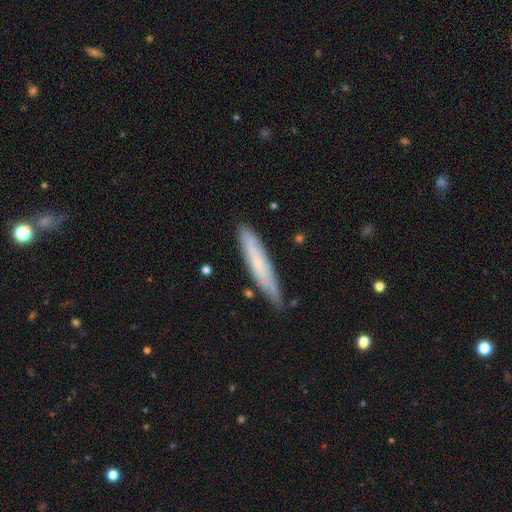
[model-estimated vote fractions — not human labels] smooth-or-featured: smooth: 56% | featured or disk: 37% | star or artifact: 7%
  how-rounded: cigar-shaped: 92% | in between: 7% | round: 1%
  merging: none: 81% | minor disturbance: 15% | major disturbance: 2% | merger: 2%